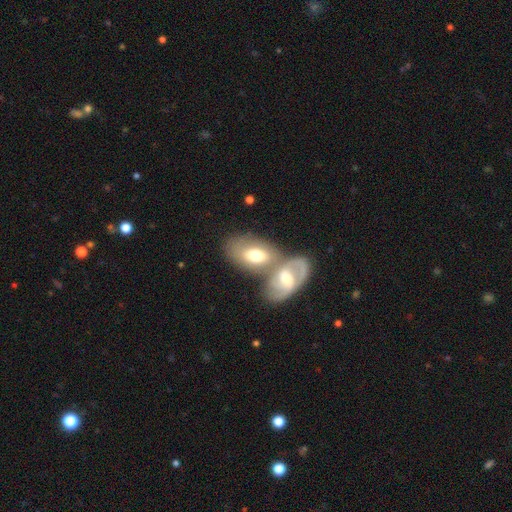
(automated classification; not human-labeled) smooth-or-featured: smooth: 56% | featured or disk: 38% | star or artifact: 5%
  how-rounded: in between: 91% | round: 7% | cigar-shaped: 3%
  merging: merger: 55% | none: 30% | minor disturbance: 11% | major disturbance: 5%